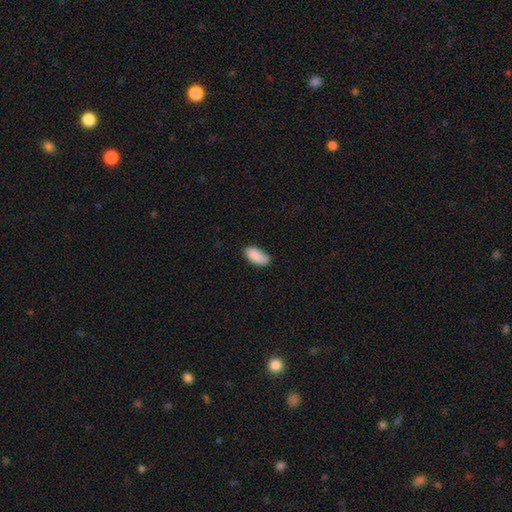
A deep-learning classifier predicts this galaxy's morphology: Smooth or featured? smooth (88%)
How rounded? in between (92%)
Merging? none (72%)